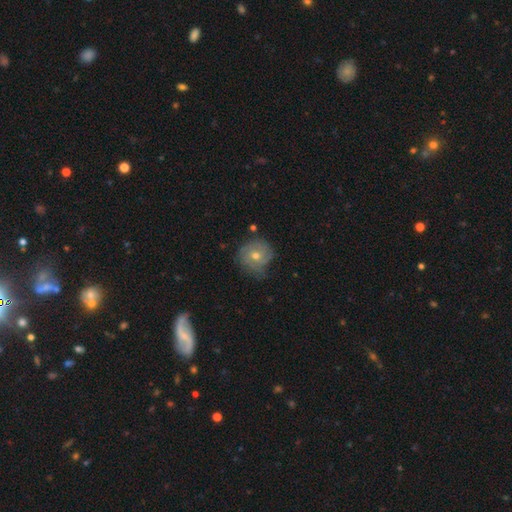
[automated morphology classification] Smooth or featured: featured or disk — 61% (smooth — 29%)
Edge-on disk: no — 96% (yes — 4%)
Bar: no — 77% (weak — 19%)
Spiral arms: yes — 82% (no — 18%)
Bulge size: moderate — 59% (small — 37%)
Merging: none — 68% (minor disturbance — 22%)